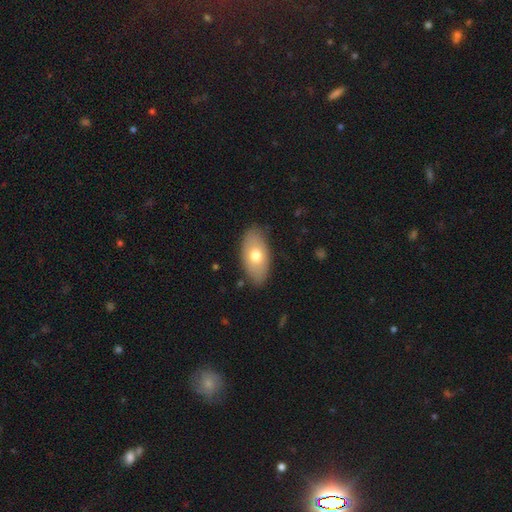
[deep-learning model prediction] Smooth or featured: smooth — 69% (featured or disk — 25%)
How rounded: in between — 93% (round — 4%)
Merging: none — 82% (minor disturbance — 13%)